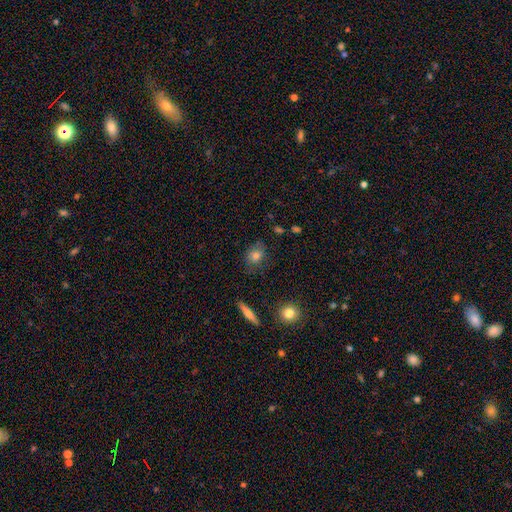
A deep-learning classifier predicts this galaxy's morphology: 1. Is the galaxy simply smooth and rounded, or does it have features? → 76% smooth, 13% featured or disk, 11% star or artifact.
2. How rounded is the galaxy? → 51% in between, 47% round, 3% cigar-shaped.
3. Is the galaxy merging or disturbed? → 75% none, 19% minor disturbance, 5% major disturbance, 2% merger.